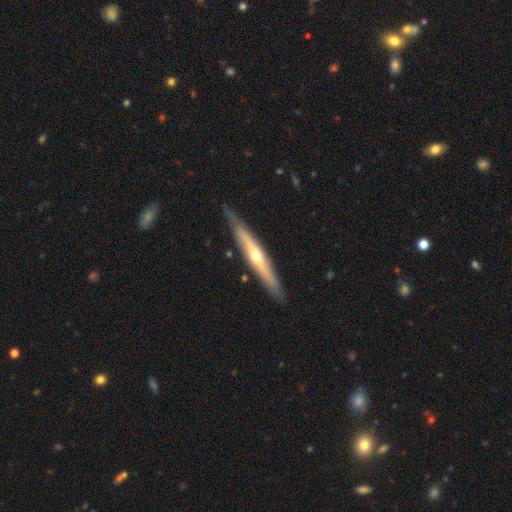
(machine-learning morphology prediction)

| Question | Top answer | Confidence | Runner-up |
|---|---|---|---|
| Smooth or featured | featured or disk | 64% | smooth (31%) |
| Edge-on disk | yes | 92% | no (8%) |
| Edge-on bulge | rounded | 81% | none (16%) |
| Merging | none | 83% | minor disturbance (13%) |